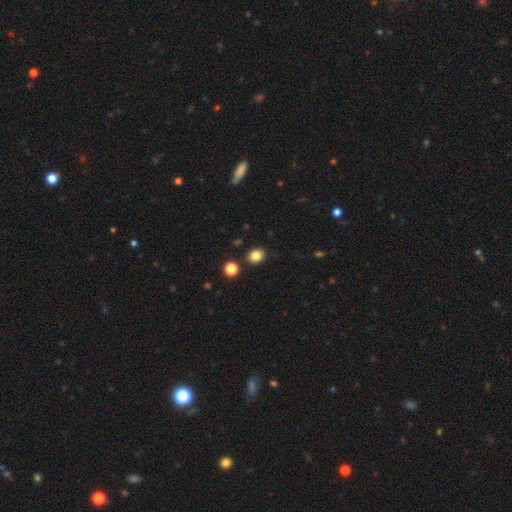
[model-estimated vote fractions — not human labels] Smooth or featured?
  - smooth: 83% *
  - star or artifact: 12%
  - featured or disk: 5%
How rounded?
  - round: 65% *
  - in between: 34%
  - cigar-shaped: 1%
Merging?
  - none: 87% *
  - minor disturbance: 7%
  - merger: 3%
  - major disturbance: 2%